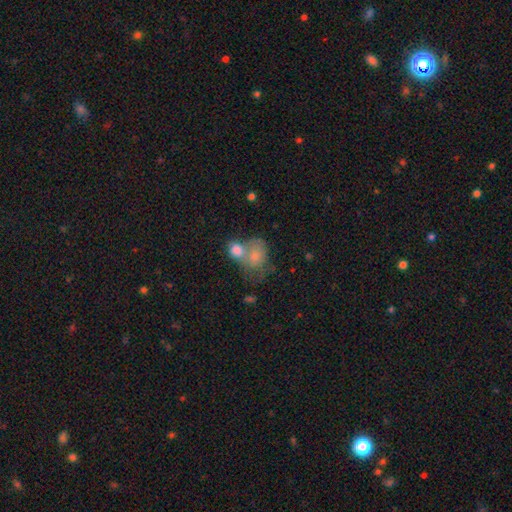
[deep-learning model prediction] Smooth or featured: smooth — 74% (featured or disk — 18%)
How rounded: in between — 54% (round — 45%)
Merging: merger — 61% (none — 19%)